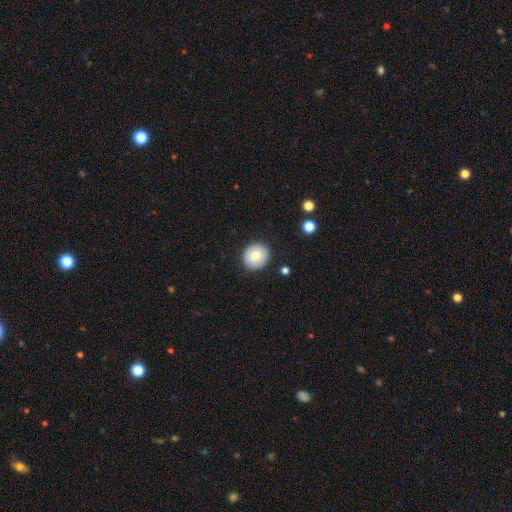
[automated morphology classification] type=smooth (76%); roundness=round (88%); merging=none (90%).